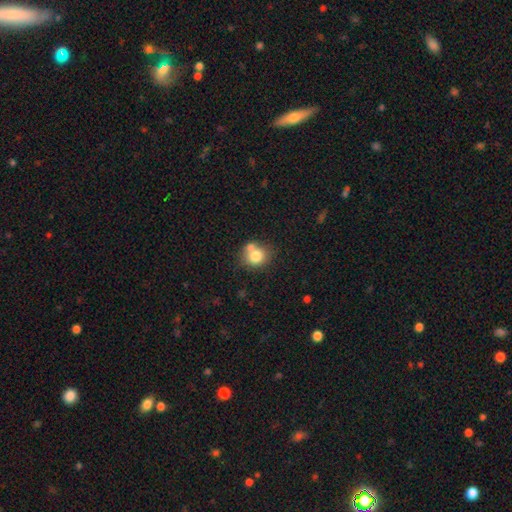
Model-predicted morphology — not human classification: smooth_or_featured: smooth (p=0.78) [alt: featured or disk p=0.12]
how_rounded: round (p=0.75) [alt: in between p=0.24]
merging: none (p=0.50) [alt: merger p=0.32]